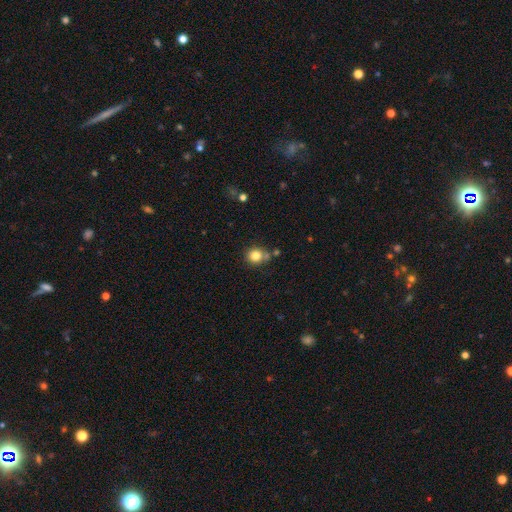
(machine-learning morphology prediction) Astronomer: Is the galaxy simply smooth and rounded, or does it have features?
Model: smooth — 82%.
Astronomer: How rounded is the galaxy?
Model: round — 83%.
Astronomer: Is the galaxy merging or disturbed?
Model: none — 70%.